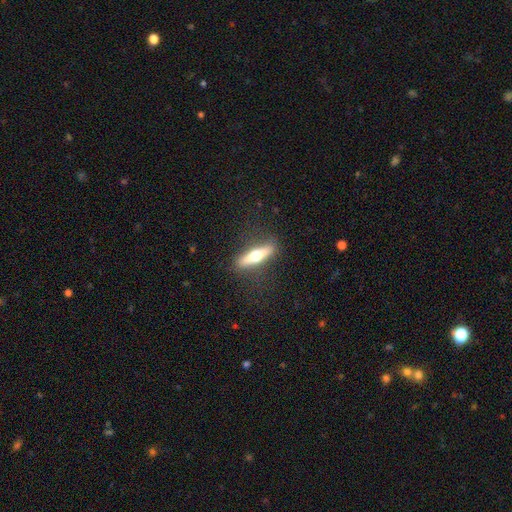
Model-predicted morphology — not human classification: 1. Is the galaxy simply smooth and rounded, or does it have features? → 50% featured or disk, 44% smooth, 6% star or artifact.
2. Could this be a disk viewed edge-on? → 91% yes, 9% no.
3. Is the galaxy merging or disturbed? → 86% none, 10% minor disturbance, 3% major disturbance, 1% merger.